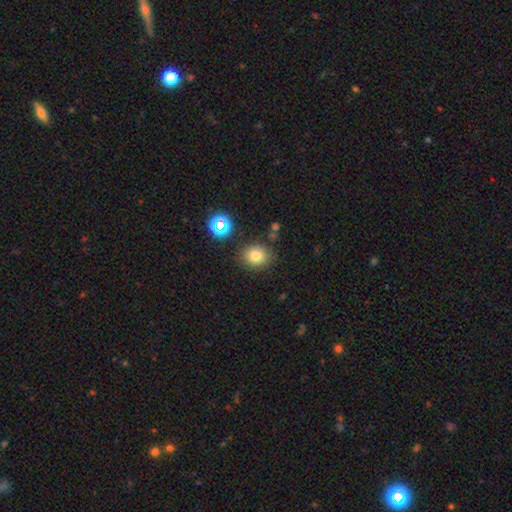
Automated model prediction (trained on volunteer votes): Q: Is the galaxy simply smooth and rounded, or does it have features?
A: smooth — 78%.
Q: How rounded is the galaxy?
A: round — 64%.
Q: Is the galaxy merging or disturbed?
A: none — 81%.